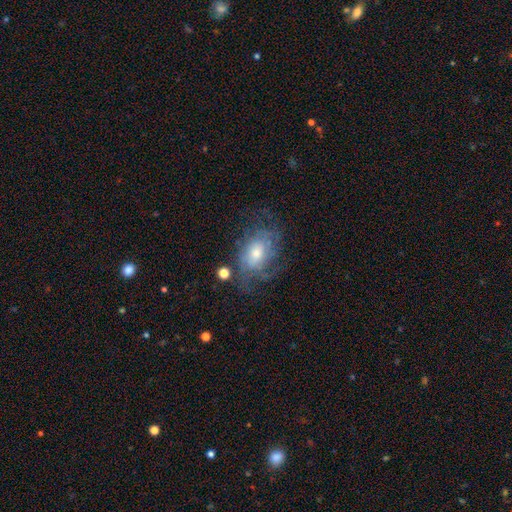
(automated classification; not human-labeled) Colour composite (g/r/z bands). It shows a featured or disk galaxy (63%) with no bar (70%), spiral arms (78%) and a moderate central bulge (52%). Merging: none (60%).